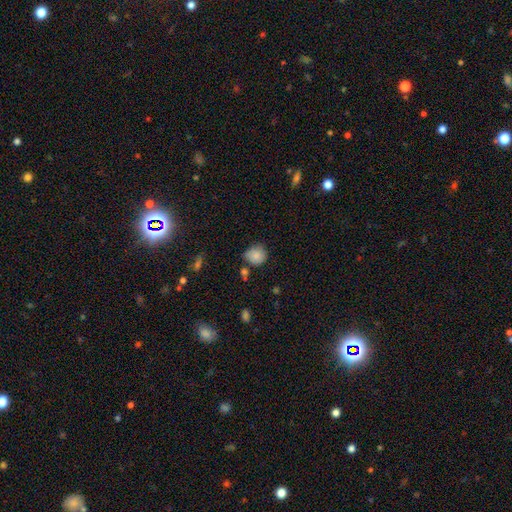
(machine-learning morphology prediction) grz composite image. It shows a smooth galaxy with no disk features (83%) that is round (83%). Merging: none (63%).